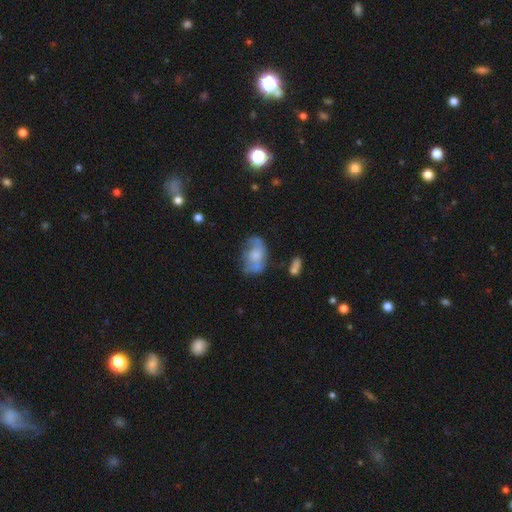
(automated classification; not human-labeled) The model was most divided on "spiral arms": yes: 58%, no: 42%. Remaining: edge-on disk — no (95%); bar — no (73%); smooth or featured — featured or disk (55%); merging — none (44%); bulge size — moderate (38%).